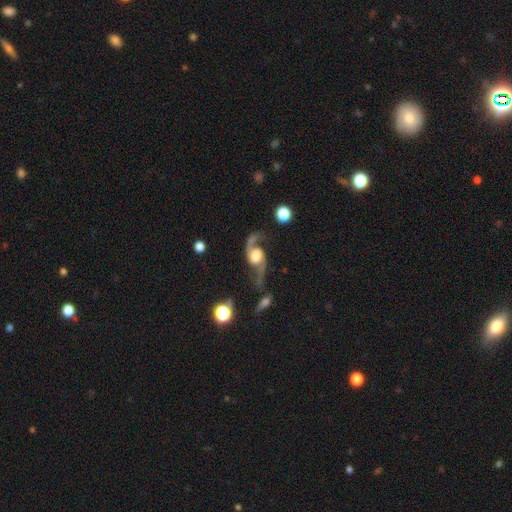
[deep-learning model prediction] Morphology: type=featured or disk (89%); edge-on=no (96%); bar=no (60%); spiral arms=yes (97%); winding=loose (76%); arm count=2 (93%); bulge=large (49%); merging=none (61%).